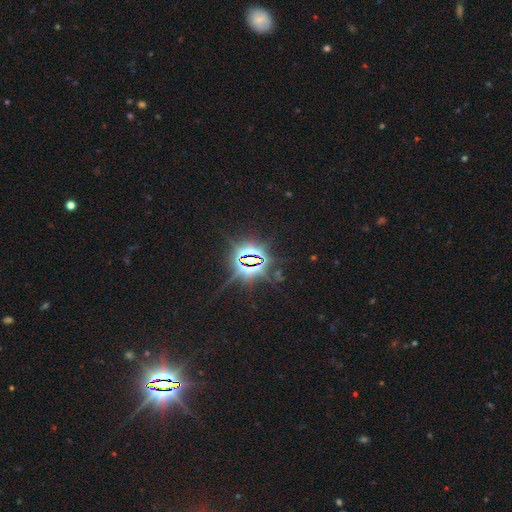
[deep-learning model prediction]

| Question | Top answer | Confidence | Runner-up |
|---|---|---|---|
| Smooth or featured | star or artifact | 85% | smooth (8%) |